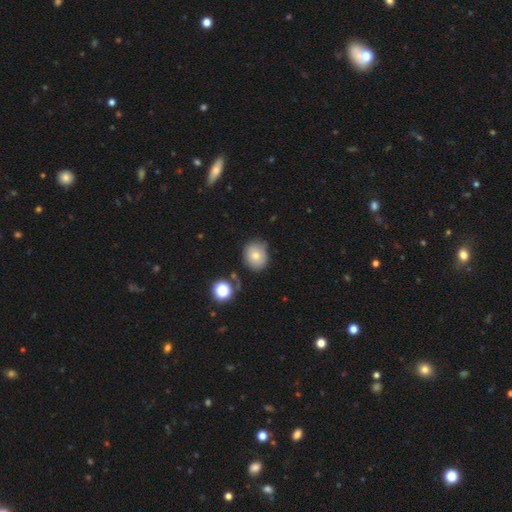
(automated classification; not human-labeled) Smooth or featured?
  - smooth: 72% *
  - featured or disk: 17%
  - star or artifact: 11%
How rounded?
  - round: 68% *
  - in between: 31%
  - cigar-shaped: 1%
Merging?
  - none: 66% *
  - minor disturbance: 23%
  - major disturbance: 6%
  - merger: 5%